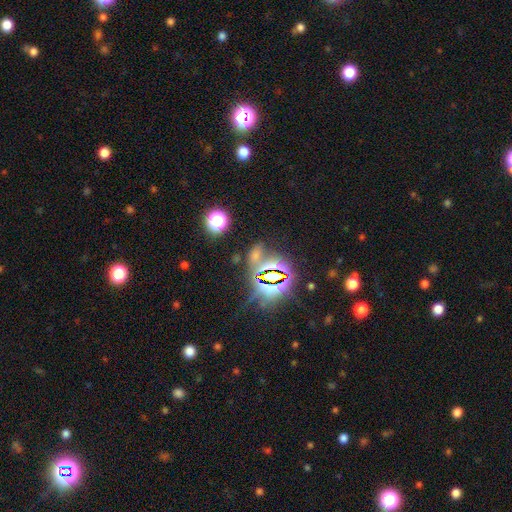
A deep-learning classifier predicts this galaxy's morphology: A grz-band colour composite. It shows a star or artifact, not a galaxy (61%).